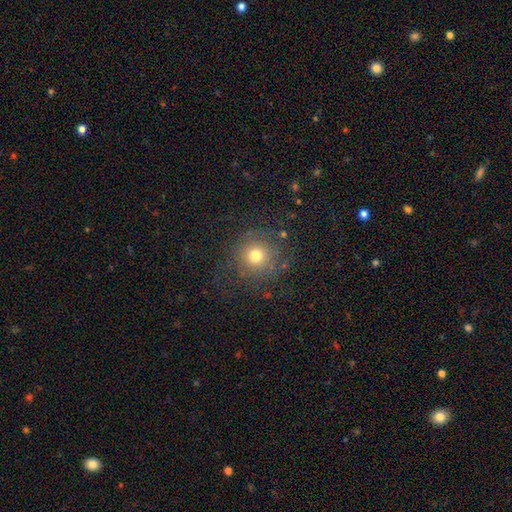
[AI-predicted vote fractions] Smooth or featured: smooth — 70% (star or artifact — 16%)
How rounded: round — 92% (in between — 7%)
Merging: none — 77% (minor disturbance — 12%)